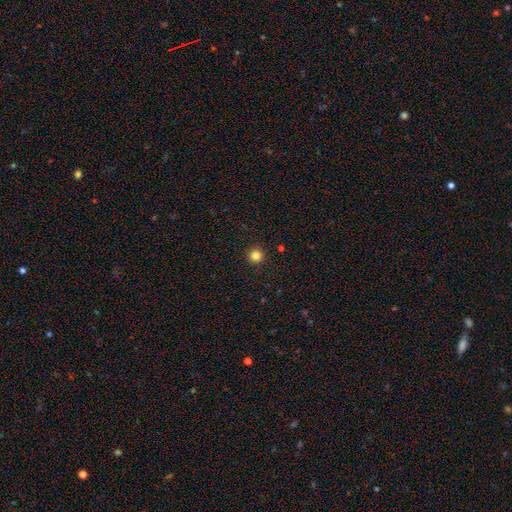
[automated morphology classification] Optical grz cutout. It shows a smooth galaxy with no disk features (83%) that is round (96%). Merging: none (93%).